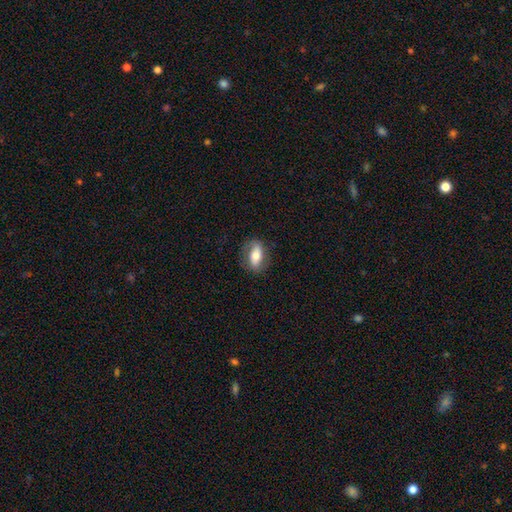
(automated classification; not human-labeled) This is possibly a smooth galaxy (53%). How rounded: clearly in between (82%). Merging: likely none (78%).